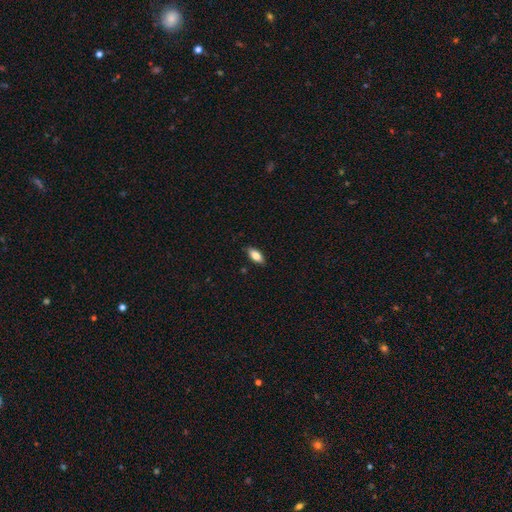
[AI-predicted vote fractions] The model was most divided on "smooth or featured": smooth: 79%, featured or disk: 14%, star or artifact: 7%. More confident: merging — none (86%); how rounded — in between (85%).